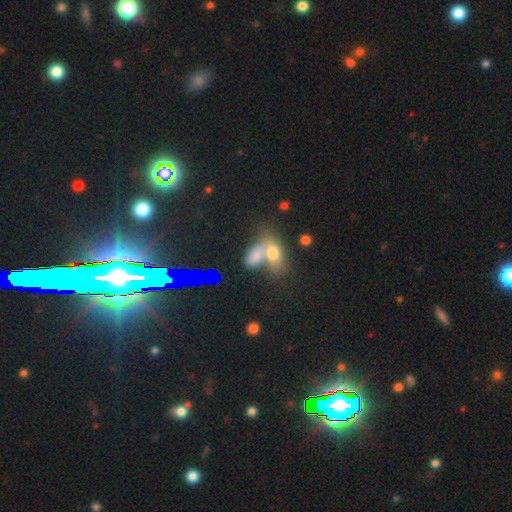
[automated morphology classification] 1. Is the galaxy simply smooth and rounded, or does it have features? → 66% smooth, 19% star or artifact, 15% featured or disk.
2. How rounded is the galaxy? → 82% in between, 12% round, 6% cigar-shaped.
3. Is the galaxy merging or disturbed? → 55% merger, 30% none, 9% minor disturbance, 6% major disturbance.